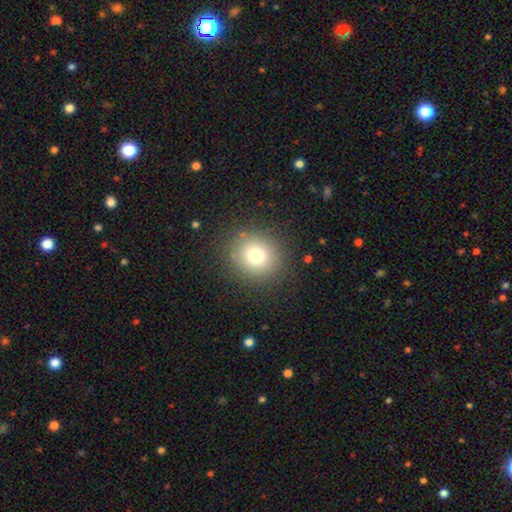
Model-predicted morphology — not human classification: Q: Smooth or featured?
A: smooth (75%); runner-up: star or artifact (15%)
Q: How rounded?
A: round (89%); runner-up: in between (10%)
Q: Merging?
A: none (87%); runner-up: minor disturbance (8%)